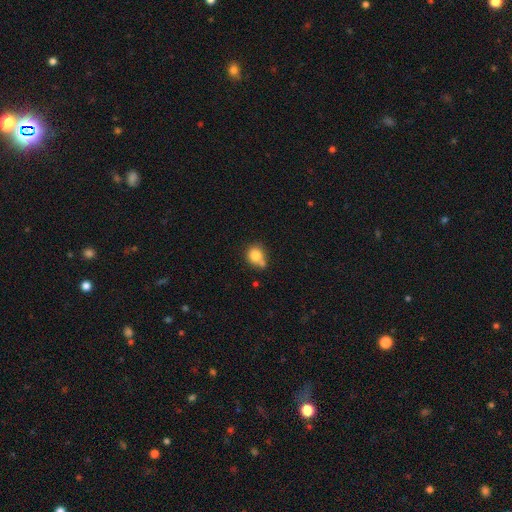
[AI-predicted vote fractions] smooth 81%, star or artifact 10%, featured or disk 9%. Down the decision tree: how rounded — round (76%); merging — none (49%).